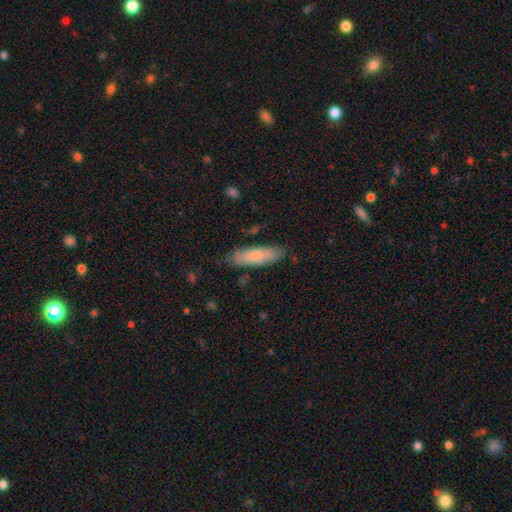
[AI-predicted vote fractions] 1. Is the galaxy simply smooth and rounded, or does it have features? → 70% smooth, 24% featured or disk, 6% star or artifact.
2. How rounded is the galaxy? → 51% cigar-shaped, 47% in between, 2% round.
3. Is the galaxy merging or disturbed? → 79% none, 16% minor disturbance, 3% major disturbance, 2% merger.